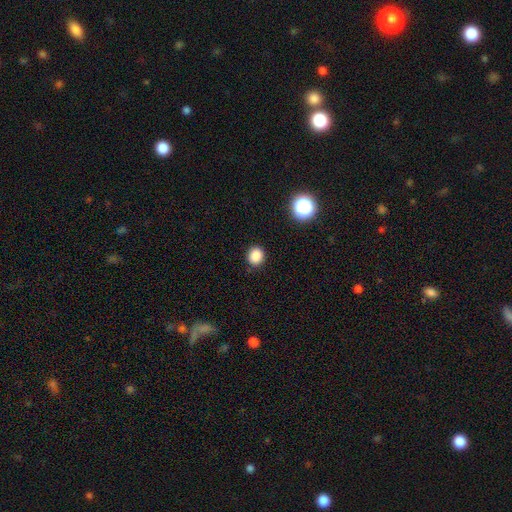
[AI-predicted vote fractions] The model was most divided on "how rounded": round: 80%, in between: 19%, cigar-shaped: 1%. More confident: merging — none (89%); smooth or featured — smooth (85%).